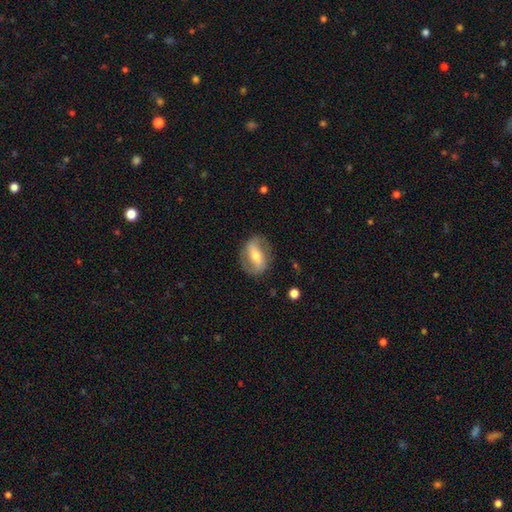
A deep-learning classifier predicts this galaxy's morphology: Overall: featured or disk (68%). Edge-on disk: no (93%). Bar: strong (55%; weak 28%). Spiral arms: yes (76%). Bulge size: moderate (54%; small 36%). Merging: none (78%).